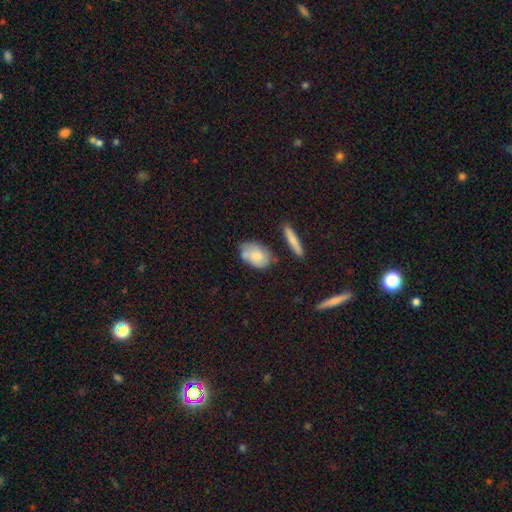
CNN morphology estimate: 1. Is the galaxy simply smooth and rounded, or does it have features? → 67% smooth, 26% featured or disk, 6% star or artifact.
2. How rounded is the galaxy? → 84% in between, 13% round, 4% cigar-shaped.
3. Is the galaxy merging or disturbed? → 58% none, 25% minor disturbance, 10% merger, 7% major disturbance.